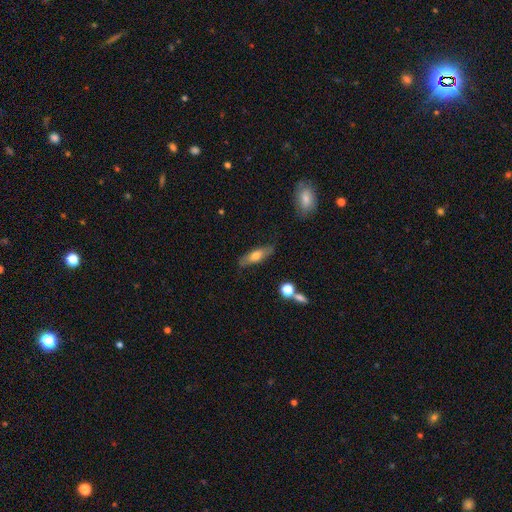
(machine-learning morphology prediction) This appears to be a smooth galaxy with no disk features (60%) that is in between round and cigar-shaped (49%). Merging: none (79%).